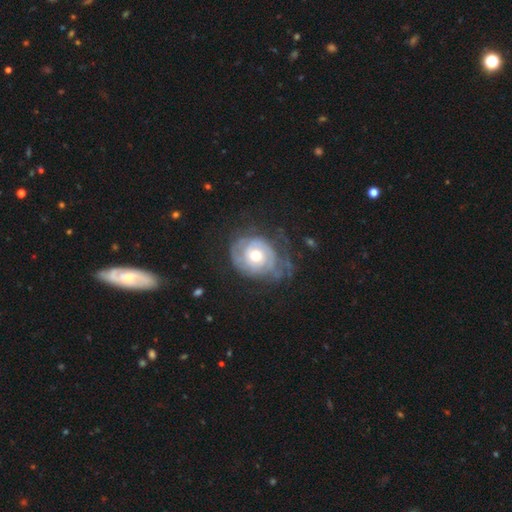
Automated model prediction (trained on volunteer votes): The model was most divided on "spiral arm count": can't tell: 43%, 2: 30%, 3: 12%, 1: 7%, 4: 5%, more than 4: 4%. More confident: edge-on disk — no (97%); spiral arms — yes (87%); smooth or featured — featured or disk (79%); bar — no (78%); bulge size — moderate (73%); spiral winding — tight (72%); merging — none (57%).